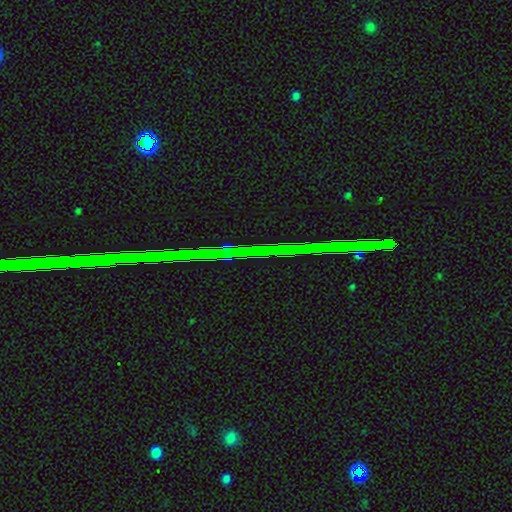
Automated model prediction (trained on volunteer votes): Smooth or featured? star or artifact (71%)